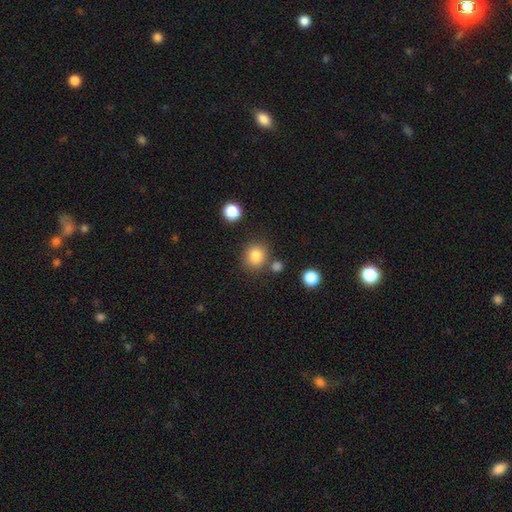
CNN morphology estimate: This is clearly a smooth galaxy (83%). How rounded: clearly round (83%). Merging: likely none (79%).